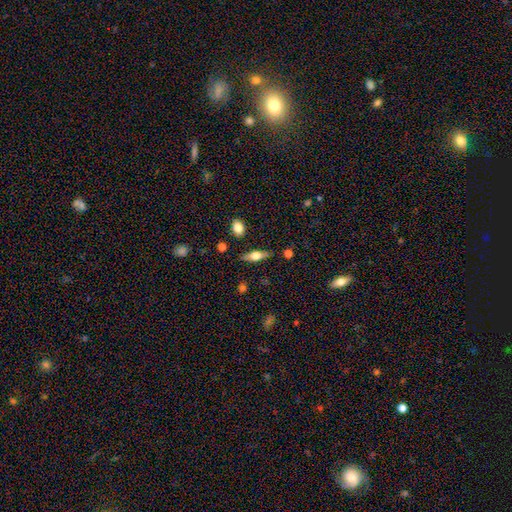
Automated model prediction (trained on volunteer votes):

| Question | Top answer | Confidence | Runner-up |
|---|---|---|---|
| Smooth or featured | featured or disk | 54% | smooth (39%) |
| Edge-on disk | yes | 93% | no (7%) |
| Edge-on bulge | rounded | 93% | boxy (6%) |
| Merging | none | 85% | minor disturbance (10%) |